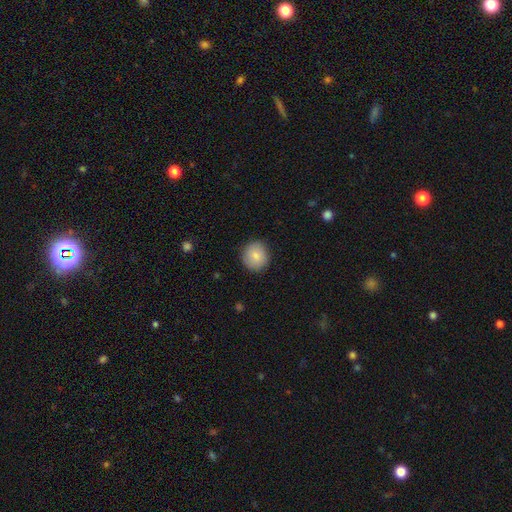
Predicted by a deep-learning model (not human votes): Q: Smooth or featured?
A: smooth (83%); runner-up: featured or disk (9%)
Q: How rounded?
A: round (87%); runner-up: in between (12%)
Q: Merging?
A: none (88%); runner-up: minor disturbance (9%)